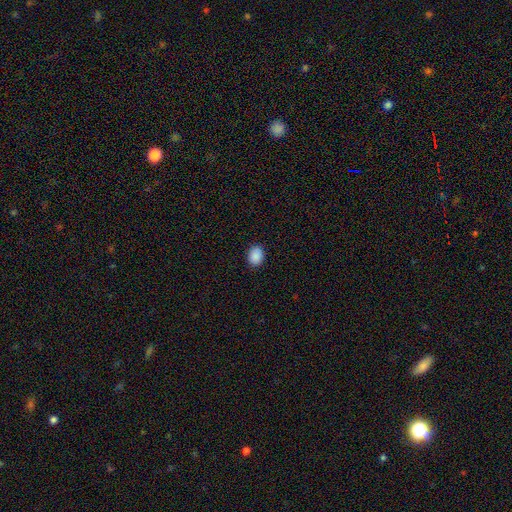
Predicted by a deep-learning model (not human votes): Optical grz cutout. It shows a smooth galaxy with no disk features (89%) that is in between round and cigar-shaped (57%). Merging: none (88%).